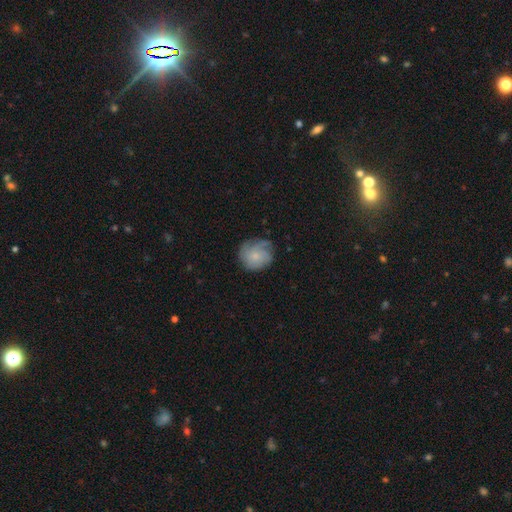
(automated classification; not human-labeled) This is possibly a smooth galaxy (52%). How rounded: clearly round (80%). Merging: likely none (64%).